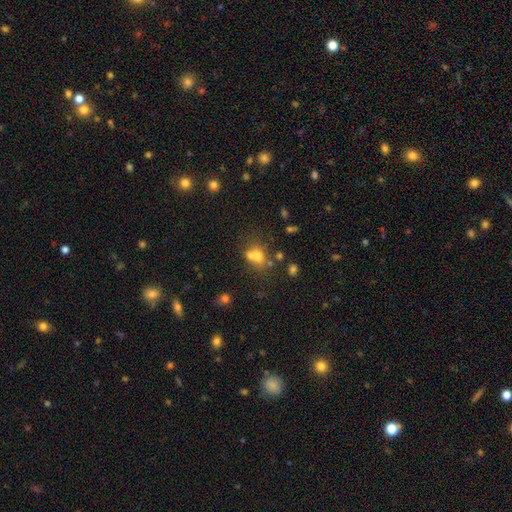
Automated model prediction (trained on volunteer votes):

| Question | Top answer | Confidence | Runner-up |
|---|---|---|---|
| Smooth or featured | smooth | 61% | featured or disk (20%) |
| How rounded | round | 59% | in between (39%) |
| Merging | merger | 48% | none (35%) |